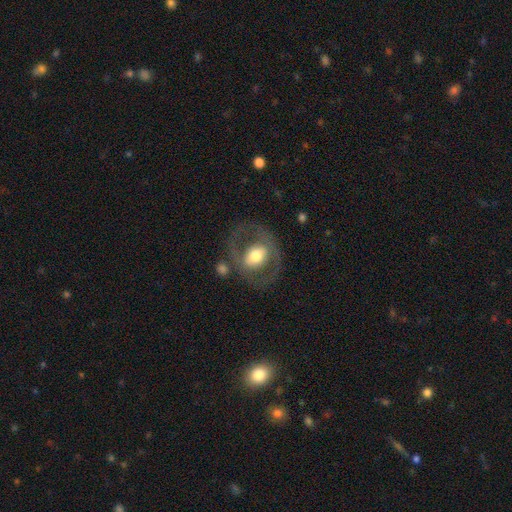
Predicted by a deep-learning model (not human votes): Q: Smooth or featured?
A: featured or disk (55%); runner-up: smooth (39%)
Q: Edge-on disk?
A: no (93%); runner-up: yes (7%)
Q: Bar?
A: no (52%); runner-up: weak (27%)
Q: Spiral arms?
A: no (74%); runner-up: yes (26%)
Q: Bulge size?
A: moderate (57%); runner-up: large (33%)
Q: Merging?
A: none (70%); runner-up: minor disturbance (14%)